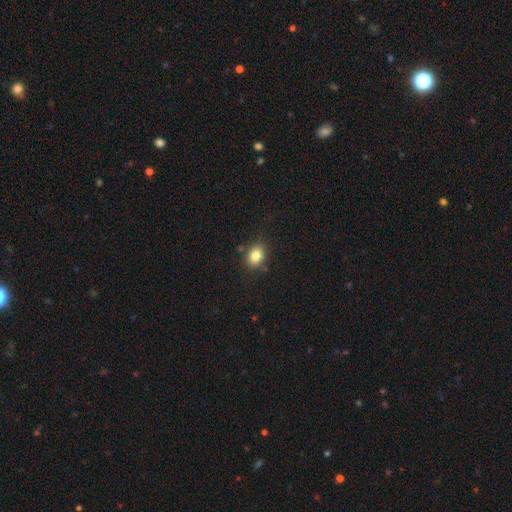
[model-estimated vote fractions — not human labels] The model was most divided on "how rounded": in between: 63%, round: 36%, cigar-shaped: 1%. More confident: smooth or featured — smooth (83%); merging — none (82%).